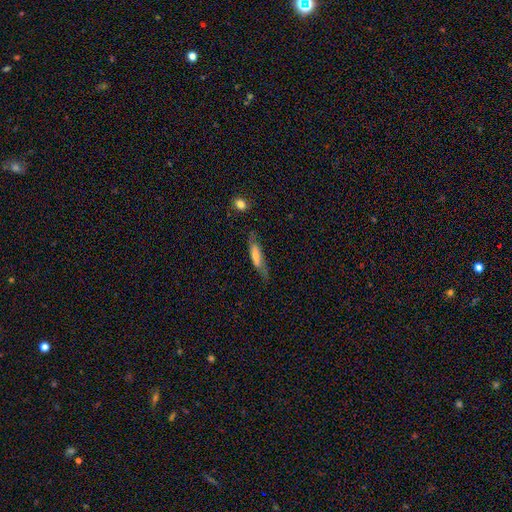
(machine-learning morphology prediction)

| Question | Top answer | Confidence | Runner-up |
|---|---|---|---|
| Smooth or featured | smooth | 62% | featured or disk (31%) |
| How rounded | cigar-shaped | 72% | in between (26%) |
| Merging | none | 64% | minor disturbance (25%) |